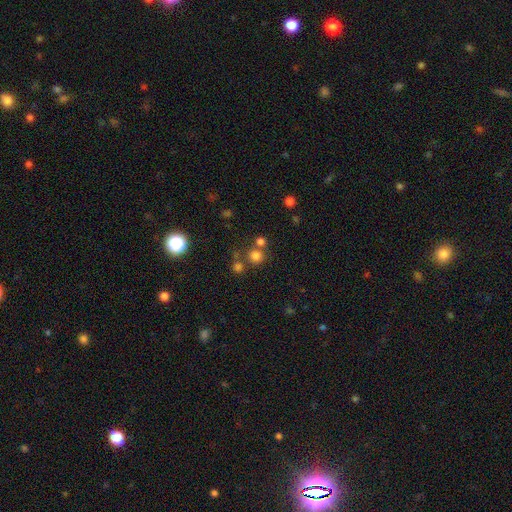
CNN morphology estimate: smooth 74%, star or artifact 19%, featured or disk 7%. Down the decision tree: how rounded — round (91%); merging — none (67%).